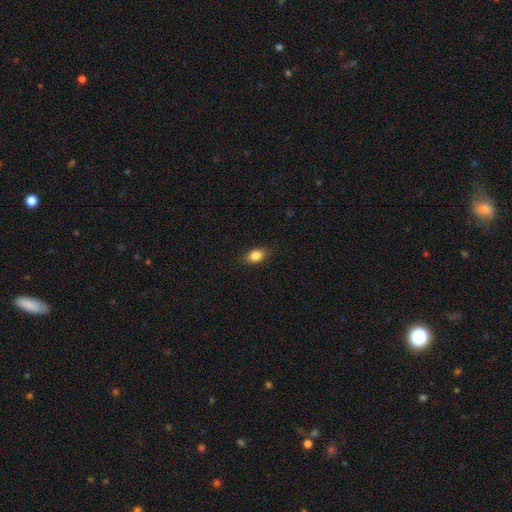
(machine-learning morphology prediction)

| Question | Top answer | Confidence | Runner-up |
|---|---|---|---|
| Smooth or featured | smooth | 84% | star or artifact (9%) |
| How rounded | in between | 79% | round (18%) |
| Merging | none | 84% | minor disturbance (13%) |